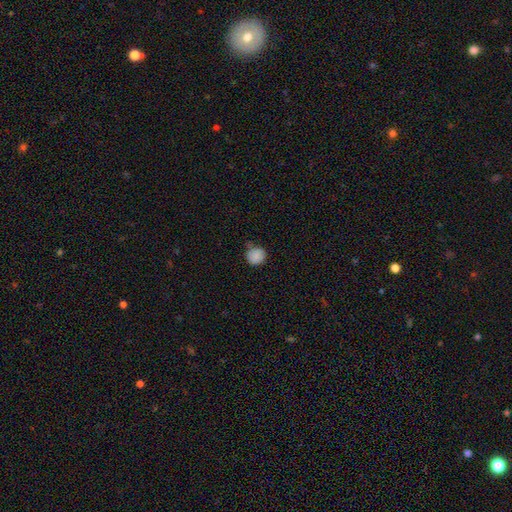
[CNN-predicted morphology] smooth 86%, star or artifact 9%, featured or disk 4%. Down the decision tree: how rounded — round (86%); merging — none (68%).